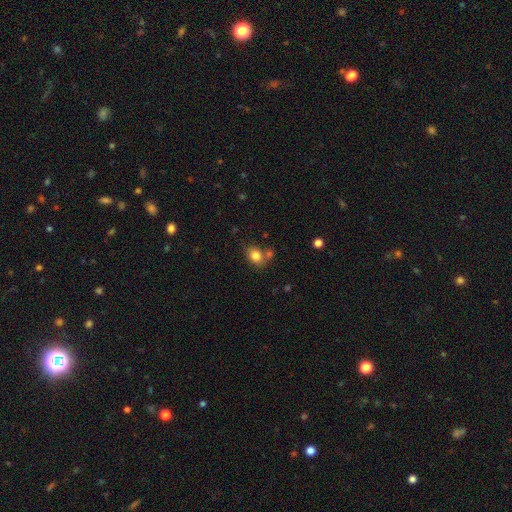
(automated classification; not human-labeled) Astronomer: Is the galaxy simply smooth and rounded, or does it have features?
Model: smooth — 82%.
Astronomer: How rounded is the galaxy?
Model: in between — 55% (runner-up: round, 44%).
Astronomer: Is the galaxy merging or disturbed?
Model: none — 59%.